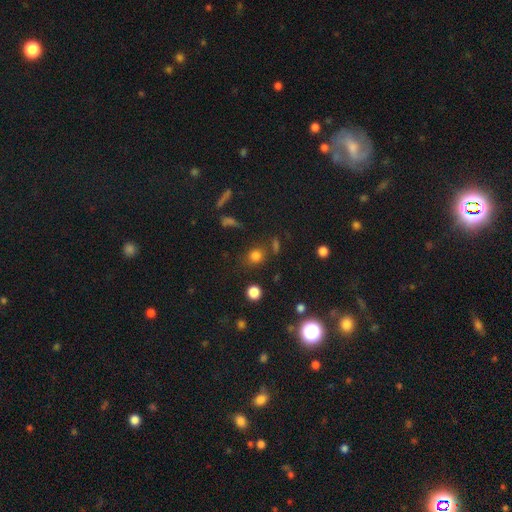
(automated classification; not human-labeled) A smooth galaxy with no disk features (78%) that is round (77%).

Vote fractions:
- Smooth or featured? smooth: 78% / star or artifact: 16% / featured or disk: 6%
- How rounded? round: 77% / in between: 21% / cigar-shaped: 1%
- Merging? none: 77% / minor disturbance: 11% / merger: 7% / major disturbance: 5%